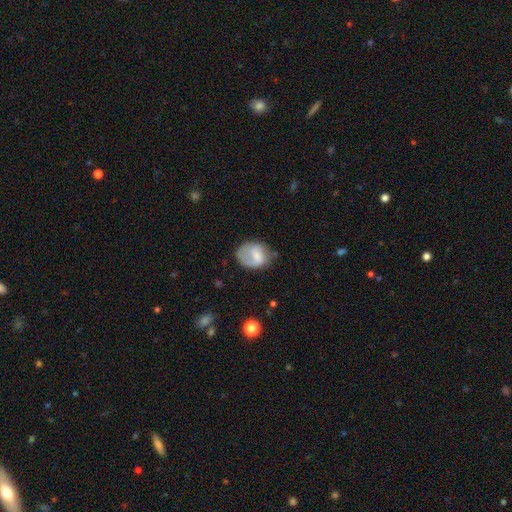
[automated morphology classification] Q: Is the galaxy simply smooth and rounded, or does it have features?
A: smooth — 57%.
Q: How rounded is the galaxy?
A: in between — 58%.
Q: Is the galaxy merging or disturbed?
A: none — 50%.